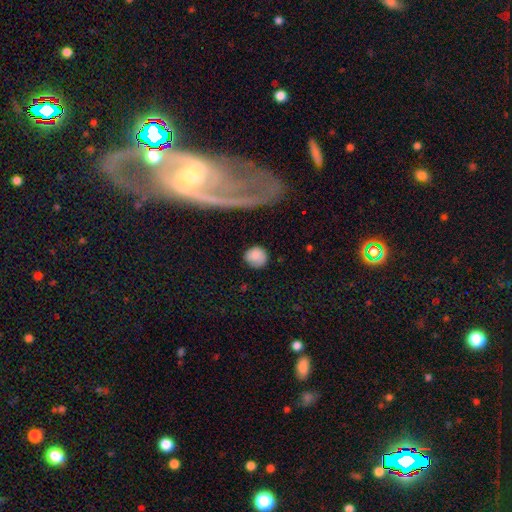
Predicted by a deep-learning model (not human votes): A smooth galaxy with no disk features (80%) that is round (85%).

Vote fractions:
- Smooth or featured? smooth: 80% / featured or disk: 12% / star or artifact: 8%
- How rounded? round: 85% / in between: 13% / cigar-shaped: 1%
- Merging? none: 76% / minor disturbance: 16% / major disturbance: 6% / merger: 3%